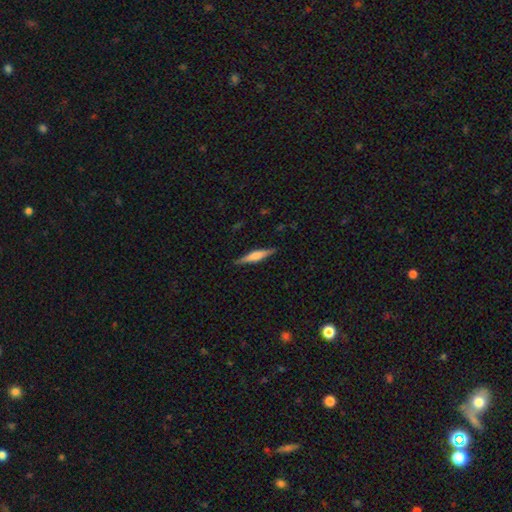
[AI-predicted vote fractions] Morphology: type=featured or disk (56%); edge-on=yes (97%); edge-on bulge=rounded (63%); merging=none (89%).